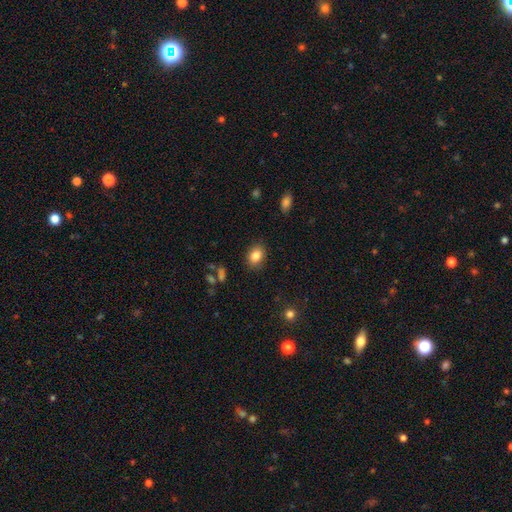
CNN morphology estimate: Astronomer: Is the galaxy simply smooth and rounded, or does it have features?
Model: smooth — 84%.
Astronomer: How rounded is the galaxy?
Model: in between — 70%.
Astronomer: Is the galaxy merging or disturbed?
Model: none — 86%.